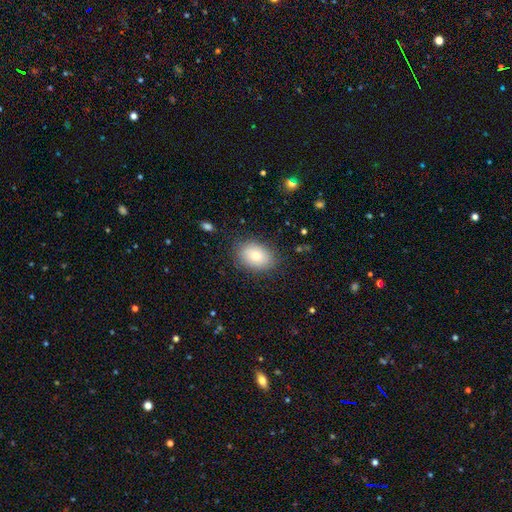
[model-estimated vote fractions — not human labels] This appears to be a smooth galaxy with no disk features (81%) that is in between round and cigar-shaped (80%). Merging: none (83%).